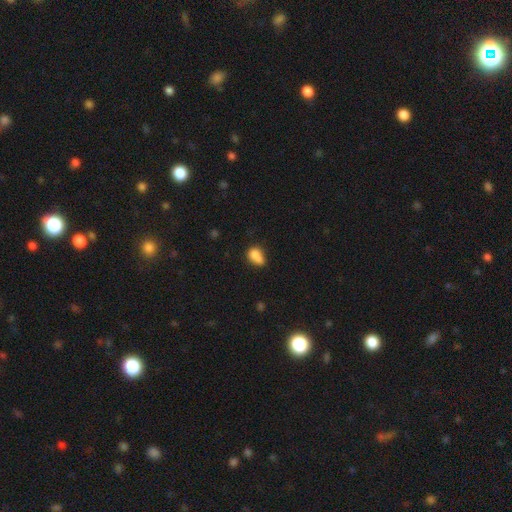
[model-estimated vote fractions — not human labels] smooth 79%, featured or disk 11%, star or artifact 10%. Down the decision tree: how rounded — in between (76%); merging — none (39%).